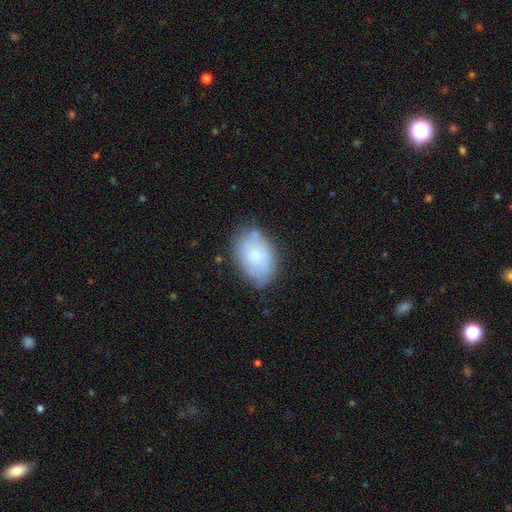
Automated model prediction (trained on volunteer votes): smooth_or_featured: smooth (p=0.68) [alt: featured or disk p=0.24]
how_rounded: in between (p=0.86) [alt: round p=0.12]
merging: none (p=0.69) [alt: minor disturbance p=0.22]